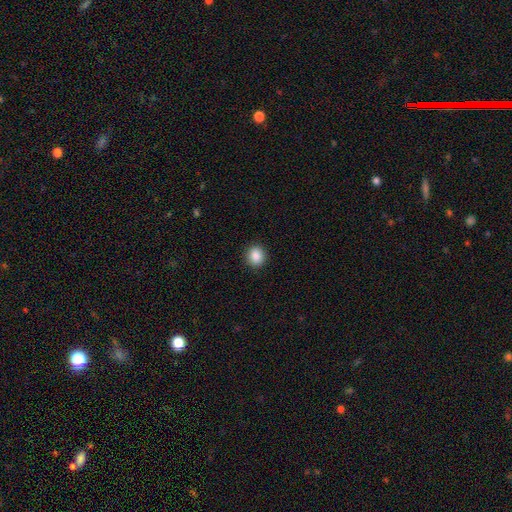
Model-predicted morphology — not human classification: This appears to be a smooth galaxy with no disk features (87%) that is round (78%). Merging: none (92%).